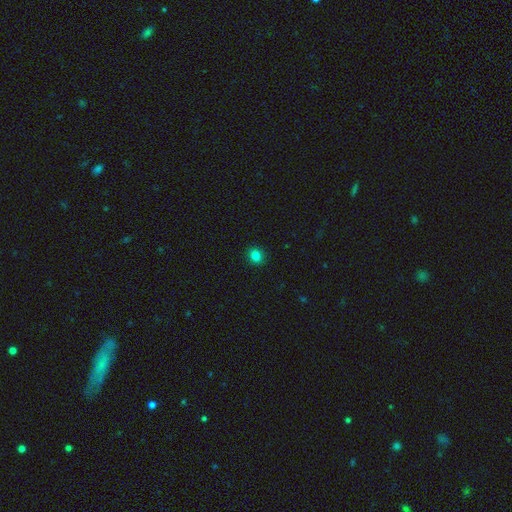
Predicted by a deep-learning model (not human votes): The model was most divided on "how rounded": round: 79%, in between: 20%, cigar-shaped: 1%. More confident: merging — none (92%); smooth or featured — smooth (83%).